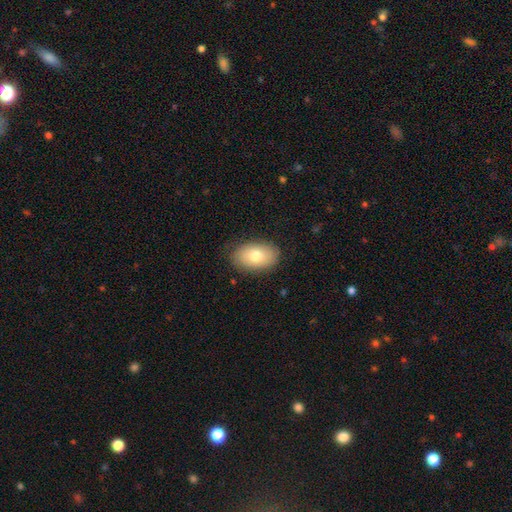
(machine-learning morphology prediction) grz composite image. It shows a smooth galaxy with no disk features (76%) that is in between round and cigar-shaped (89%). Merging: none (85%).